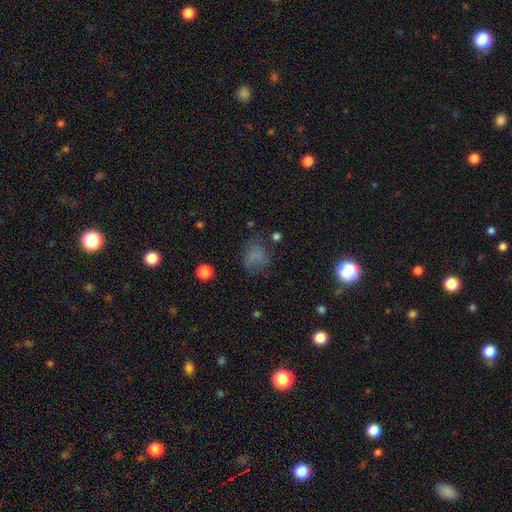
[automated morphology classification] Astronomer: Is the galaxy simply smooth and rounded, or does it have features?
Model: smooth — 71%.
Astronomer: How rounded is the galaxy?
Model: round — 55% (runner-up: in between, 44%).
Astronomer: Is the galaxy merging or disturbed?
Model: none — 60%.